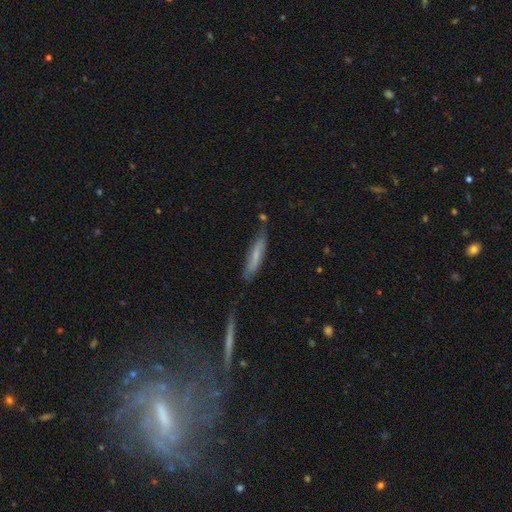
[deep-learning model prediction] A smooth galaxy with no disk features (56%) that is cigar-shaped (87%).

Vote fractions:
- Smooth or featured? smooth: 56% / featured or disk: 37% / star or artifact: 7%
- How rounded? cigar-shaped: 87% / in between: 12% / round: 1%
- Merging? none: 69% / minor disturbance: 21% / major disturbance: 5% / merger: 4%